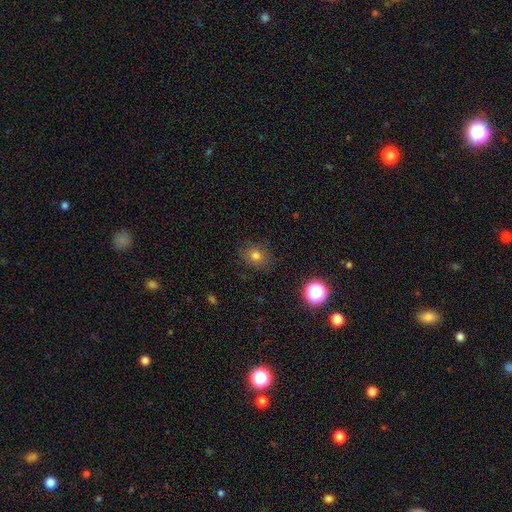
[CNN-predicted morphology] A smooth galaxy with no disk features (76%) that is round (61%). Merging: none (84%).